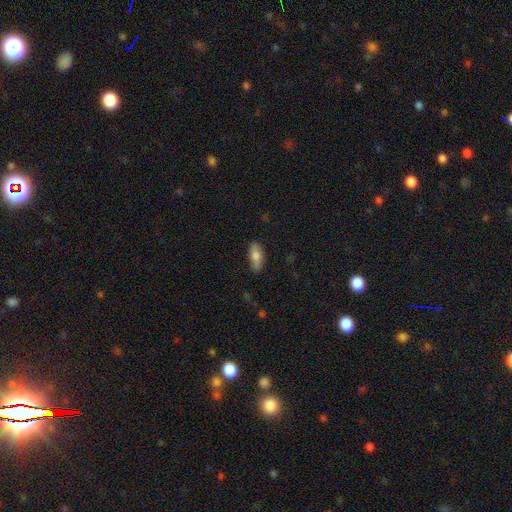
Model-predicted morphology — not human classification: The model was most divided on "how rounded": in between: 73%, cigar-shaped: 24%, round: 2%. More confident: merging — none (83%); smooth or featured — smooth (74%).